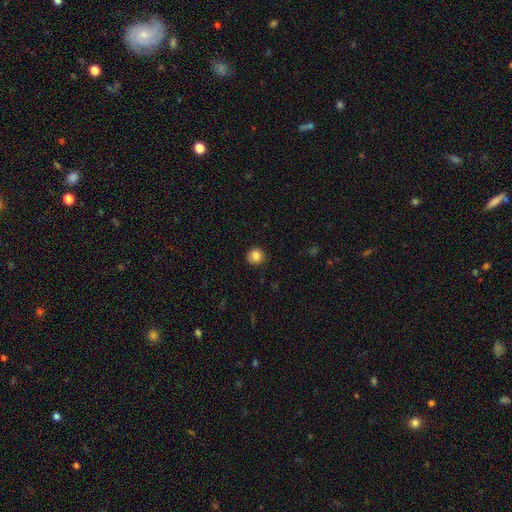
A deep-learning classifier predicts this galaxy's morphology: This appears to be a smooth galaxy with no disk features (85%) that is round (88%). Merging: none (89%).